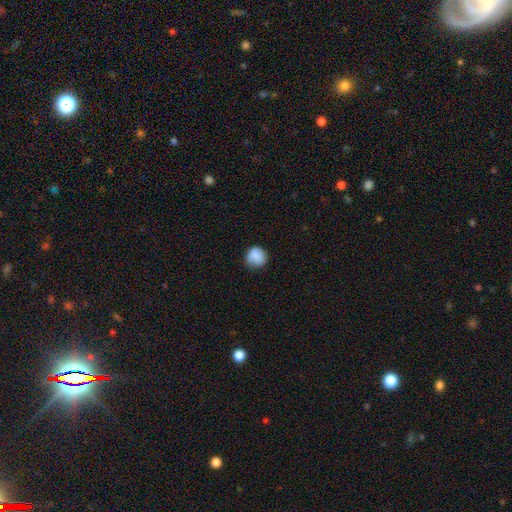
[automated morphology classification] Overall: smooth (83%). How rounded: round (84%). Merging: none (68%).